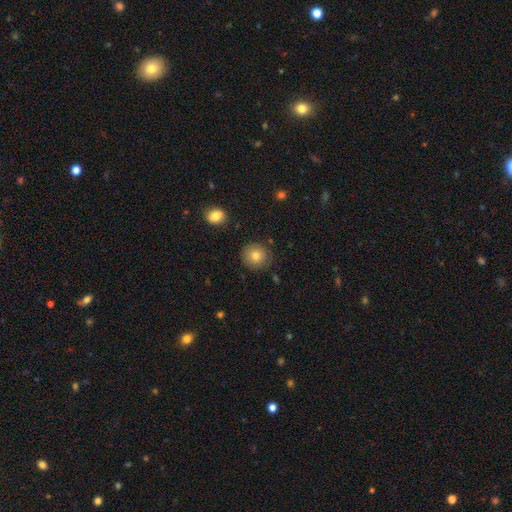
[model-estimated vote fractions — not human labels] smooth_or_featured: smooth (p=0.79) [alt: featured or disk p=0.11]
how_rounded: round (p=0.90) [alt: in between p=0.09]
merging: none (p=0.87) [alt: minor disturbance p=0.09]